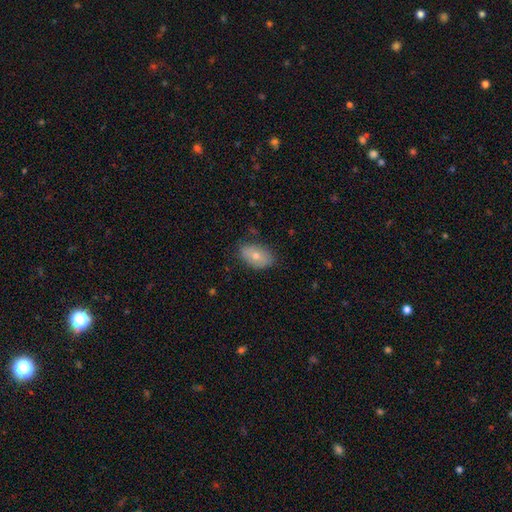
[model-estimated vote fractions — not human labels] Smooth or featured? smooth (67%)
How rounded? in between (89%)
Merging? none (77%)